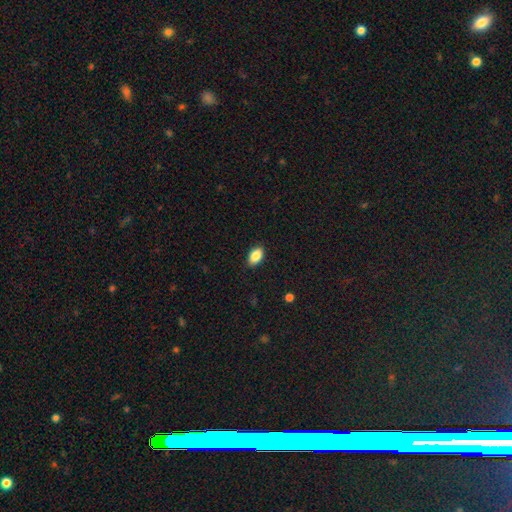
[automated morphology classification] The model was most divided on "merging": none: 88%, minor disturbance: 9%, major disturbance: 2%, merger: 1%. More confident: how rounded — in between (91%); smooth or featured — smooth (87%).